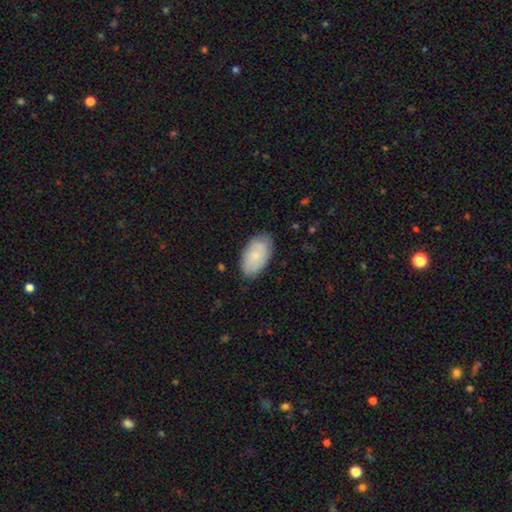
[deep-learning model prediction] The model was most divided on "smooth or featured": smooth: 68%, featured or disk: 26%, star or artifact: 6%. More confident: how rounded — in between (94%); merging — none (77%).